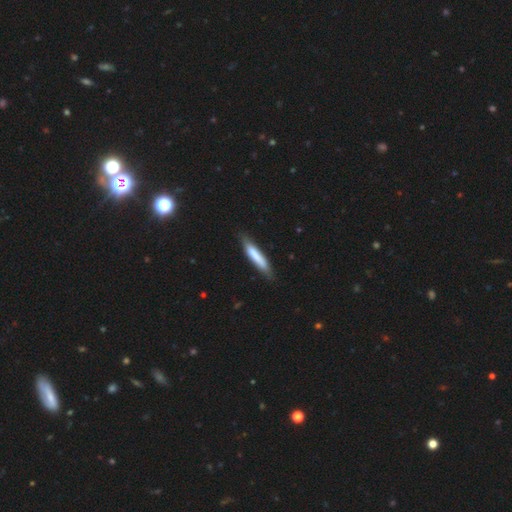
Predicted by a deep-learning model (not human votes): The model was most divided on "smooth or featured": smooth: 75%, featured or disk: 20%, star or artifact: 5%. More confident: how rounded — cigar-shaped (87%); merging — none (79%).